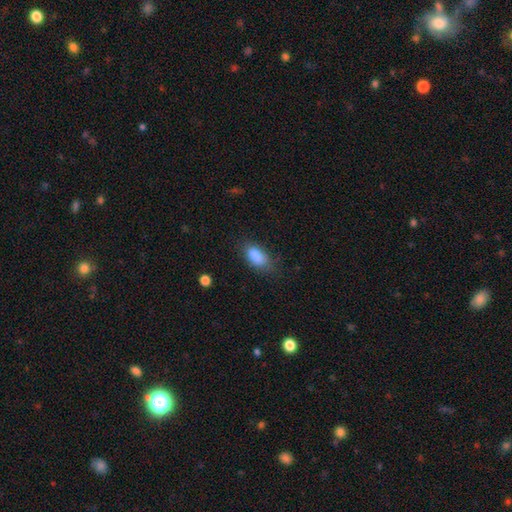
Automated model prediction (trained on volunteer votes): The model was most divided on "merging": none: 65%, minor disturbance: 24%, major disturbance: 8%, merger: 3%. More confident: how rounded — in between (89%); smooth or featured — smooth (86%).